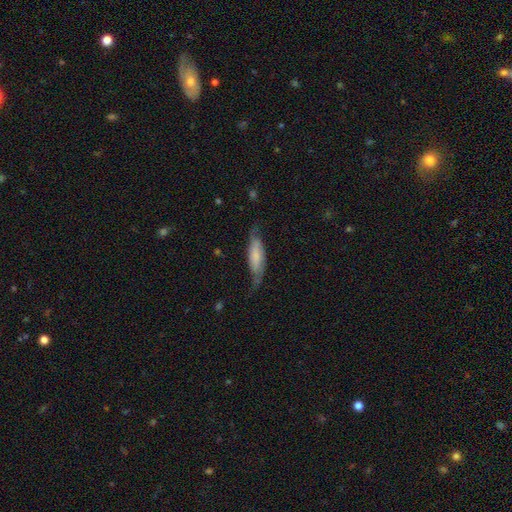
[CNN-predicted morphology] This is possibly a featured or disk galaxy (47%). Merging: possibly none (60%).